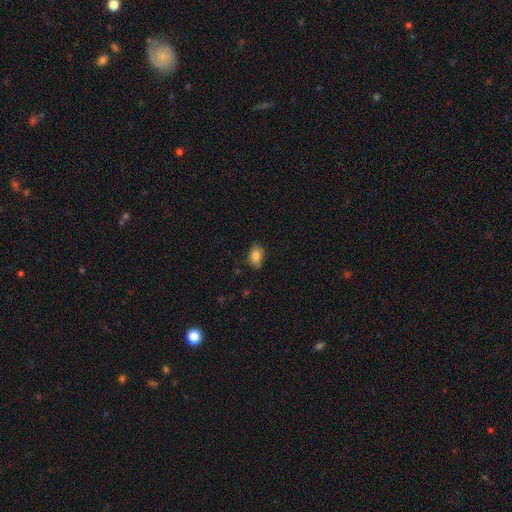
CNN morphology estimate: type=smooth (85%); roundness=in between (80%); merging=none (70%).